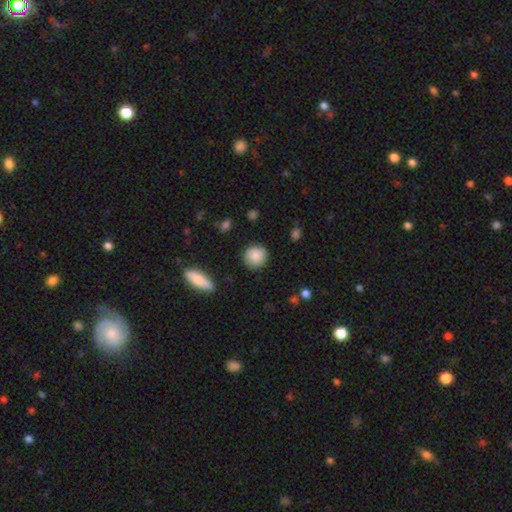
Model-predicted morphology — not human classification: Overall: smooth (85%). How rounded: round (90%). Merging: none (86%).